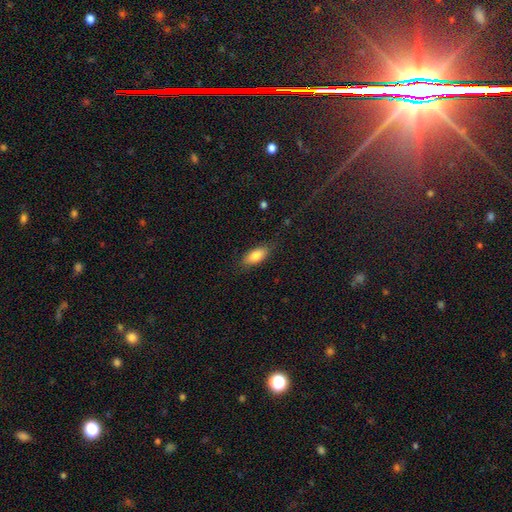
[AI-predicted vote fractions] Q: Smooth or featured?
A: smooth (82%); runner-up: featured or disk (11%)
Q: How rounded?
A: in between (84%); runner-up: cigar-shaped (13%)
Q: Merging?
A: none (83%); runner-up: minor disturbance (13%)